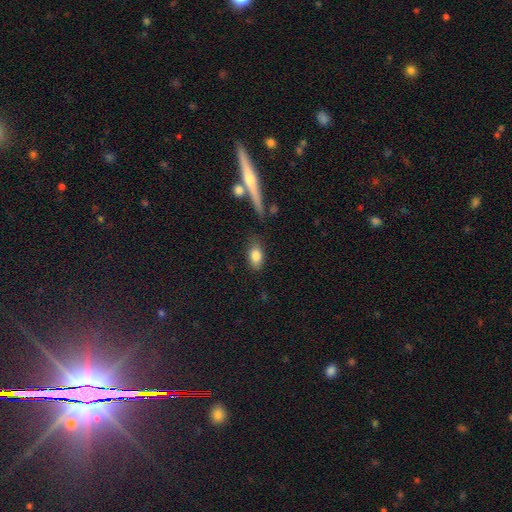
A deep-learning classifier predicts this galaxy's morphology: A smooth galaxy with no disk features (82%) that is in between round and cigar-shaped (85%).

Vote fractions:
- Smooth or featured? smooth: 82% / featured or disk: 10% / star or artifact: 8%
- How rounded? in between: 85% / round: 10% / cigar-shaped: 5%
- Merging? none: 75% / minor disturbance: 16% / major disturbance: 5% / merger: 4%